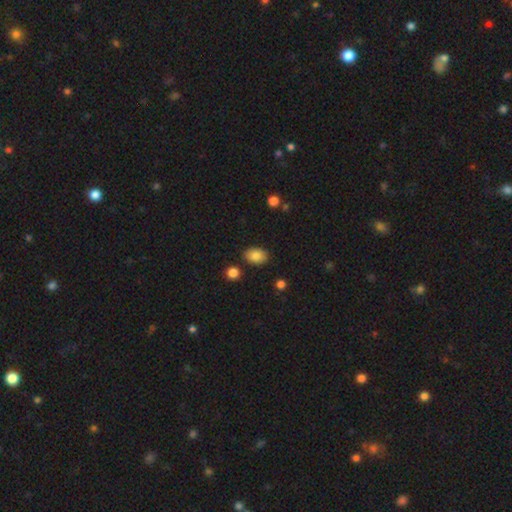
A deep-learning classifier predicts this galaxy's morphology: type=smooth (84%); roundness=in between (81%); merging=none (83%).